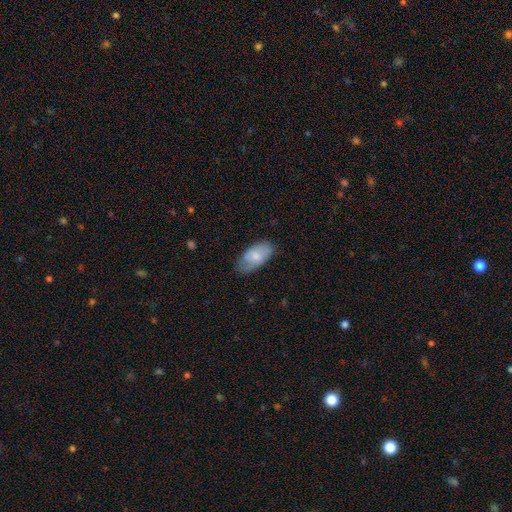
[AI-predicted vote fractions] smooth 72%, featured or disk 22%, star or artifact 6%. Down the decision tree: how rounded — in between (94%); merging — none (69%).